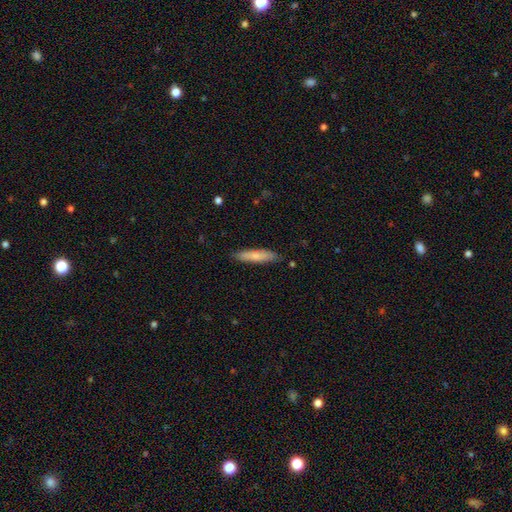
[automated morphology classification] This is likely a smooth galaxy (71%). How rounded: clearly cigar-shaped (84%). Merging: clearly none (86%).